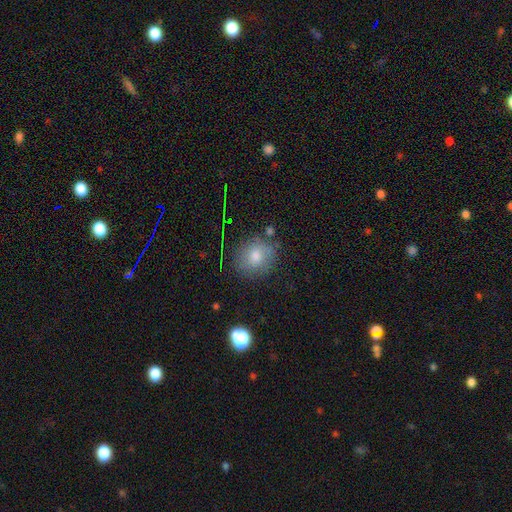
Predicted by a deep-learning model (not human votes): Smooth or featured: smooth — 72% (star or artifact — 15%)
How rounded: round — 71% (in between — 28%)
Merging: none — 79% (minor disturbance — 14%)